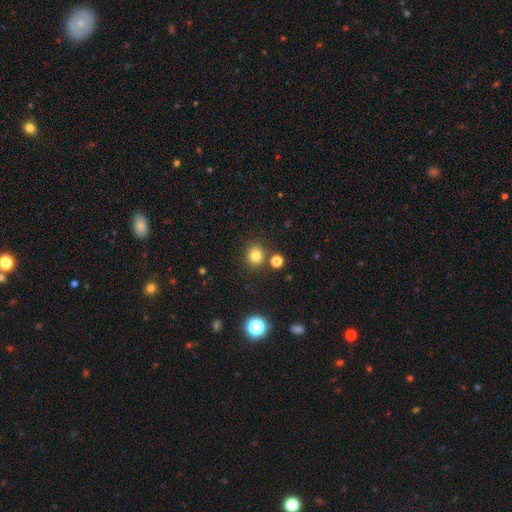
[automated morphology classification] A smooth galaxy with no disk features (80%) that is round (85%). Merging: none (83%).